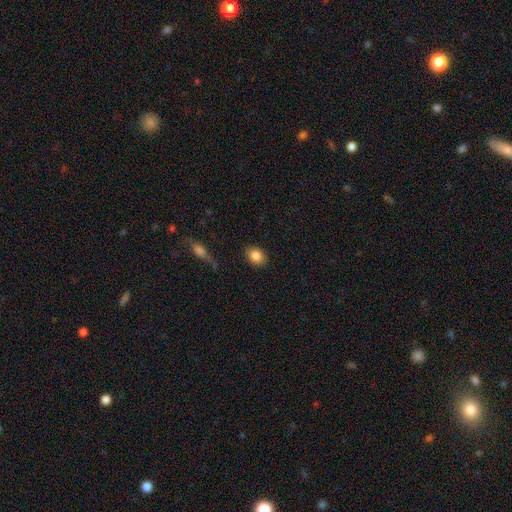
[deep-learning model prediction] Overall: smooth (85%). How rounded: in between (59%; round 40%). Merging: none (86%).